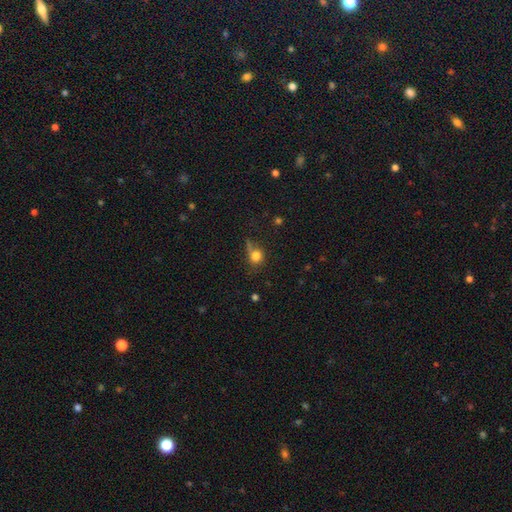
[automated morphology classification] smooth_or_featured: smooth (p=0.78) [alt: star or artifact p=0.12]
how_rounded: round (p=0.77) [alt: in between p=0.21]
merging: none (p=0.49) [alt: minor disturbance p=0.26]